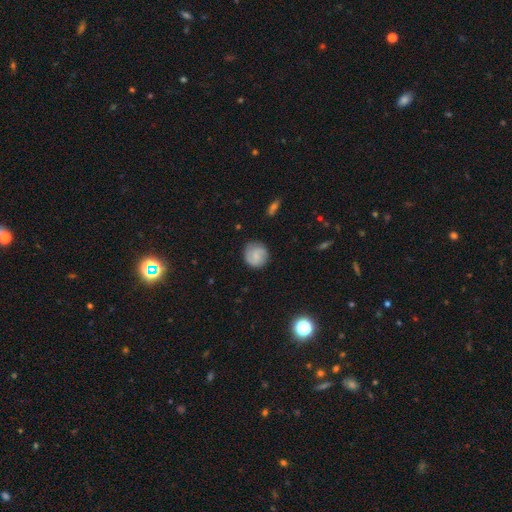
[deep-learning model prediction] The model was most divided on "smooth or featured": smooth: 49%, featured or disk: 43%, star or artifact: 8%. More confident: merging — none (80%).